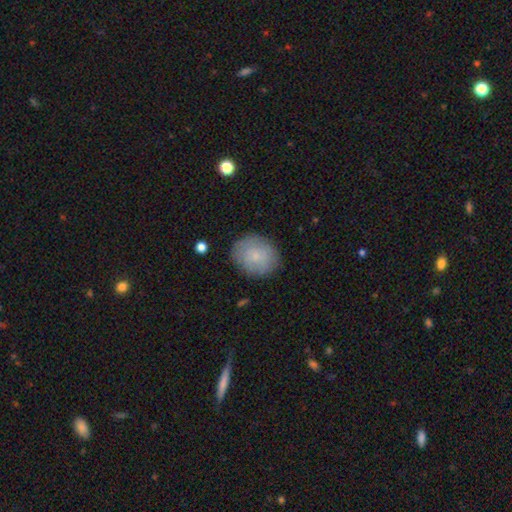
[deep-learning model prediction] A smooth galaxy with no disk features (75%) that is round (64%). Merging: none (82%).